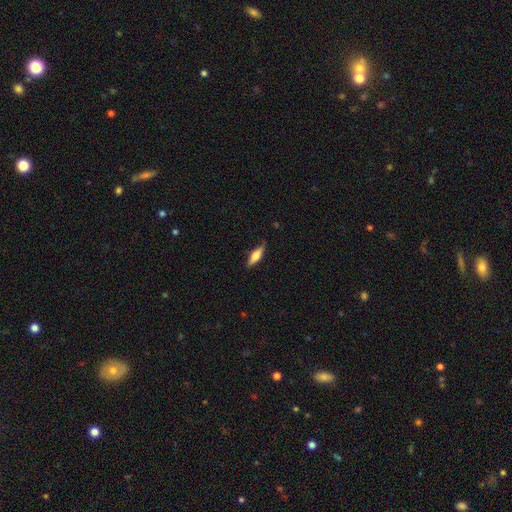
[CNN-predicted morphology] This appears to be a smooth galaxy with no disk features (58%) that is cigar-shaped (53%). Merging: none (82%).